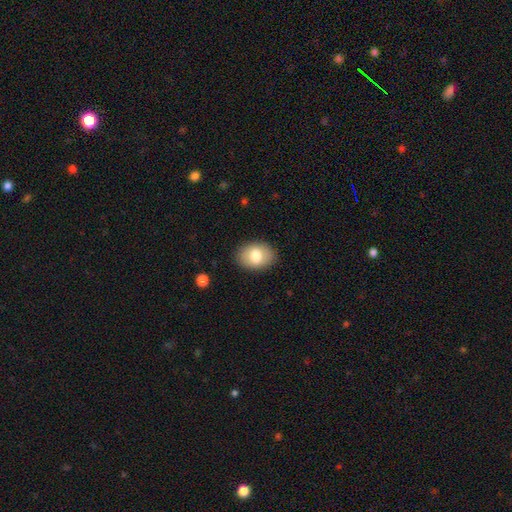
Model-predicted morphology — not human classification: A smooth galaxy with no disk features (76%) that is in between round and cigar-shaped (77%). Merging: none (87%).